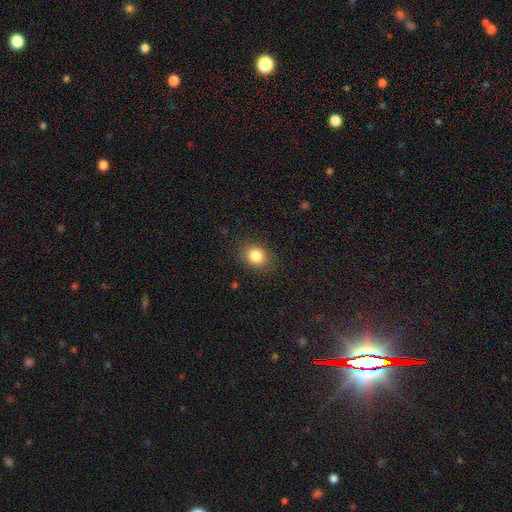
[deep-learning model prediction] This is clearly a smooth galaxy (84%). How rounded: possibly round (54%). Merging: clearly none (82%).